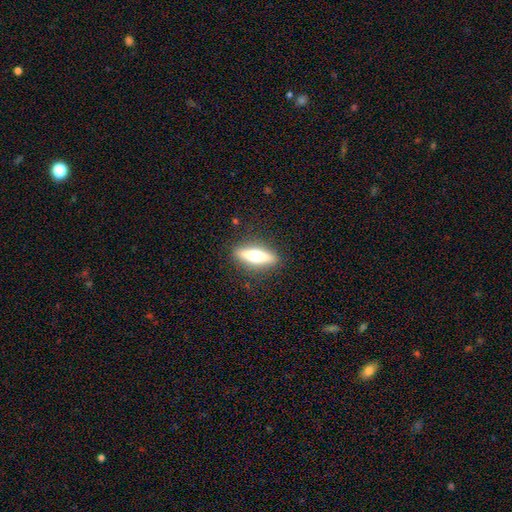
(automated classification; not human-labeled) A featured or disk galaxy (47%). Merging: none (89%).